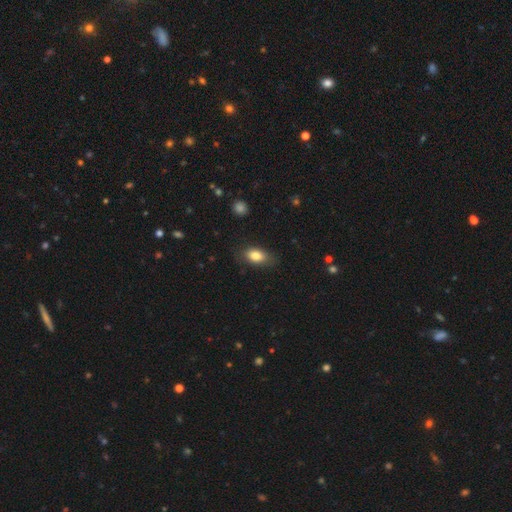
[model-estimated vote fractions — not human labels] smooth-or-featured: smooth: 82% | featured or disk: 10% | star or artifact: 8%
  how-rounded: in between: 88% | round: 8% | cigar-shaped: 4%
  merging: none: 78% | minor disturbance: 16% | major disturbance: 4% | merger: 1%